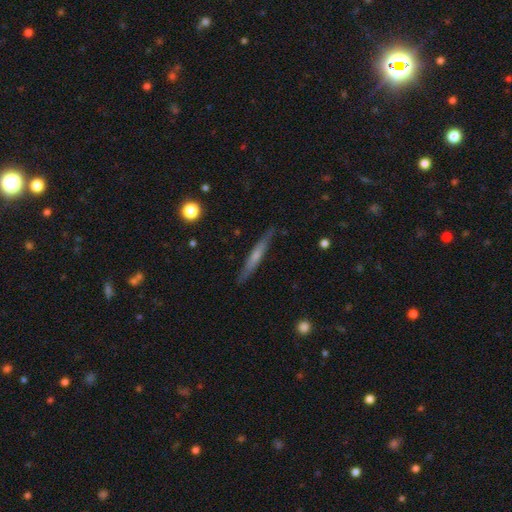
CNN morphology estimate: smooth 48%, featured or disk 46%, star or artifact 6%. Down the decision tree: merging — none (87%).